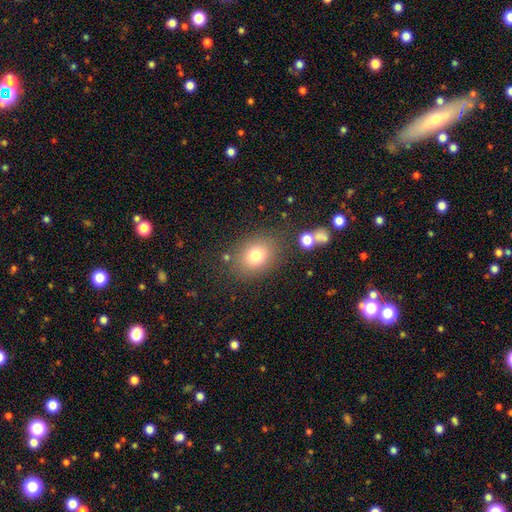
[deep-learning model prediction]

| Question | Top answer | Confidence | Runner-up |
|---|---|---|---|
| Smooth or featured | smooth | 76% | star or artifact (13%) |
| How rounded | in between | 52% | round (47%) |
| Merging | none | 77% | minor disturbance (12%) |